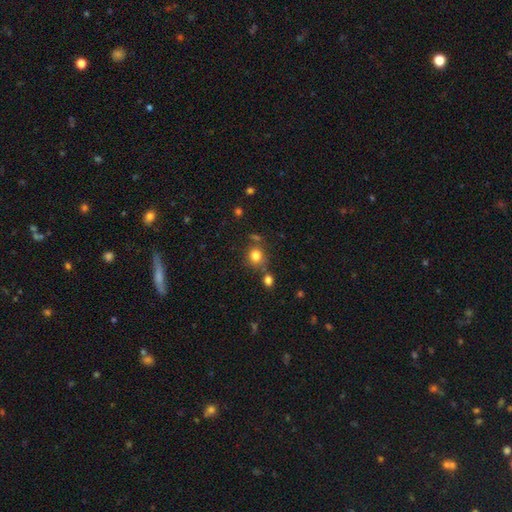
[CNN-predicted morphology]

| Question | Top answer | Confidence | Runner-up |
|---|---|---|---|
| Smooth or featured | smooth | 81% | star or artifact (12%) |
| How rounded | round | 81% | in between (18%) |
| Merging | none | 70% | merger (13%) |